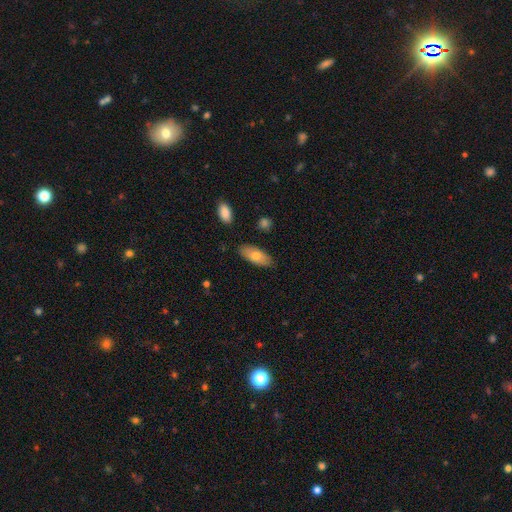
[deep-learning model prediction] Morphology: type=smooth (74%); roundness=in between (84%); merging=none (84%).